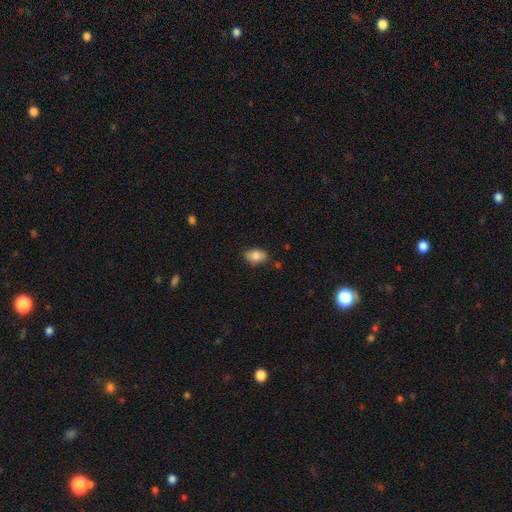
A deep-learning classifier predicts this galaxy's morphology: The model was most divided on "merging": none: 78%, minor disturbance: 16%, major disturbance: 3%, merger: 2%. More confident: how rounded — in between (85%); smooth or featured — smooth (80%).